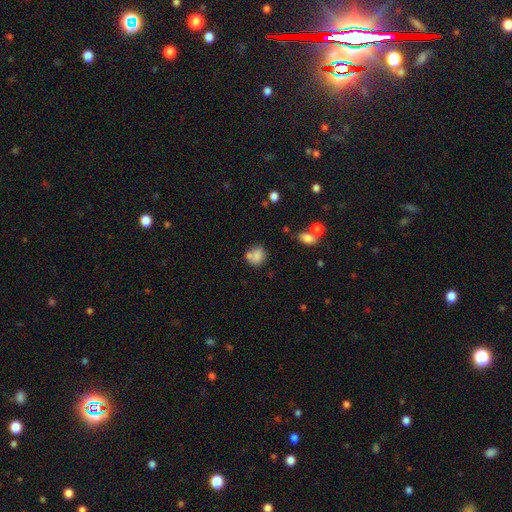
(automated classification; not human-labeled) smooth-or-featured: smooth: 80% | featured or disk: 11% | star or artifact: 10%
  how-rounded: round: 63% | in between: 35% | cigar-shaped: 1%
  merging: none: 49% | merger: 29% | minor disturbance: 16% | major disturbance: 6%